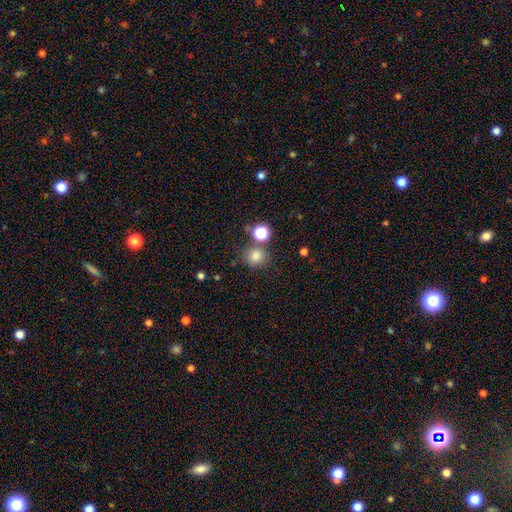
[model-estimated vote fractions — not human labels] The model was most divided on "merging": none: 74%, merger: 13%, minor disturbance: 10%, major disturbance: 4%. More confident: how rounded — round (87%); smooth or featured — smooth (79%).